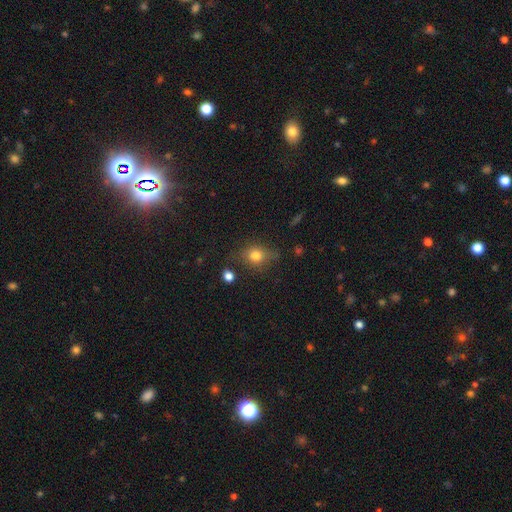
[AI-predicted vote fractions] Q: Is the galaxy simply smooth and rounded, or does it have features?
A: smooth — 76%.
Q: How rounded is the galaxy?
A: round — 53%.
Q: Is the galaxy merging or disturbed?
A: none — 68%.